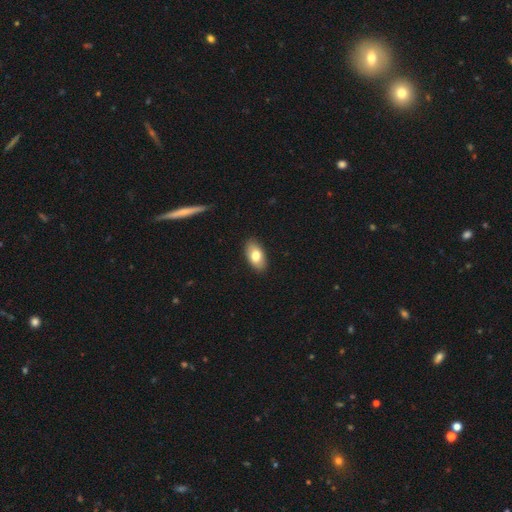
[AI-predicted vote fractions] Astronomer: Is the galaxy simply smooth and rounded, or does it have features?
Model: smooth — 78%.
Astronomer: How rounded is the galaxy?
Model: in between — 93%.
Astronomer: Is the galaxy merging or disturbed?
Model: none — 88%.